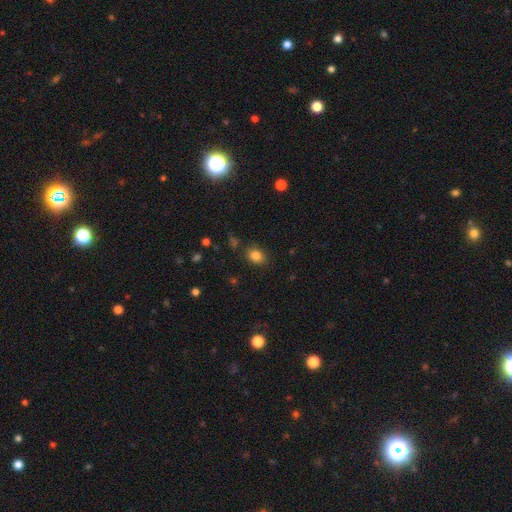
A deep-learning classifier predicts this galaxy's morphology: This appears to be a smooth galaxy with no disk features (82%) that is in between round and cigar-shaped (60%). Merging: none (82%).